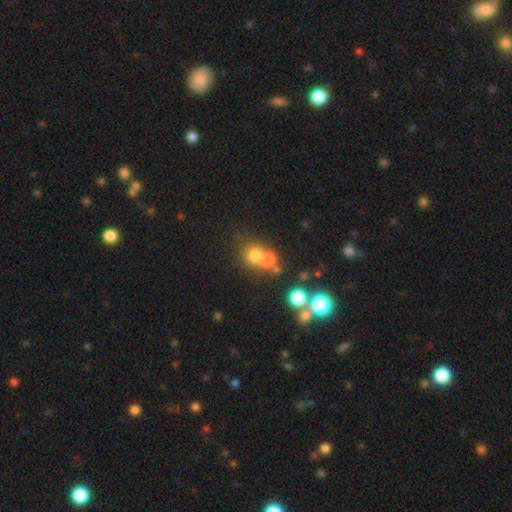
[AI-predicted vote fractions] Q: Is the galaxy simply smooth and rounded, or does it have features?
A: smooth — 70%.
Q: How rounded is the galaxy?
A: round — 84%.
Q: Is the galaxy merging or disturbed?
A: merger — 46%.